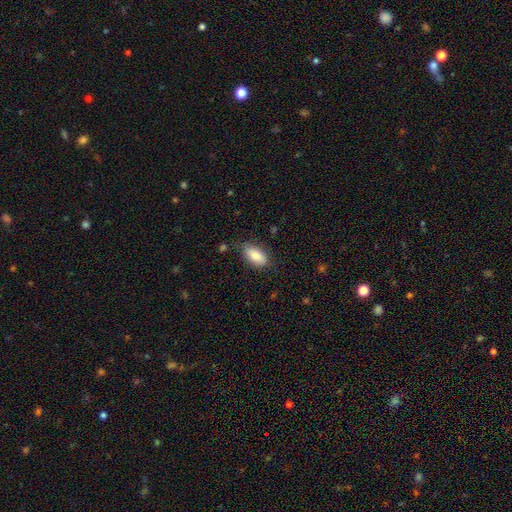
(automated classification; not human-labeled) Smooth or featured?
  - smooth: 84% *
  - featured or disk: 9%
  - star or artifact: 7%
How rounded?
  - in between: 91% *
  - cigar-shaped: 6%
  - round: 3%
Merging?
  - none: 74% *
  - minor disturbance: 20%
  - major disturbance: 4%
  - merger: 2%